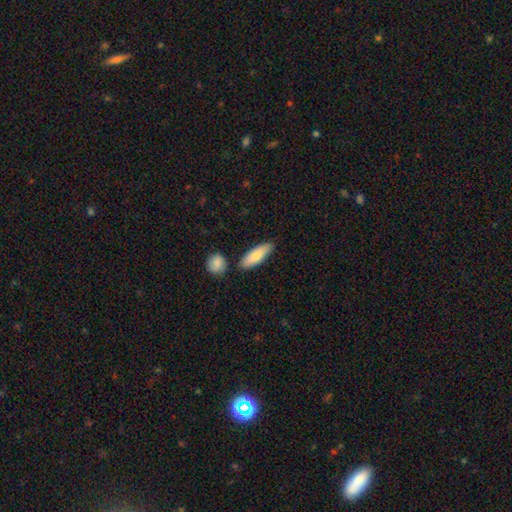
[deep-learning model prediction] Smooth or featured?
  - smooth: 78% *
  - featured or disk: 17%
  - star or artifact: 5%
How rounded?
  - in between: 60% *
  - cigar-shaped: 37%
  - round: 2%
Merging?
  - none: 79% *
  - minor disturbance: 13%
  - merger: 6%
  - major disturbance: 2%